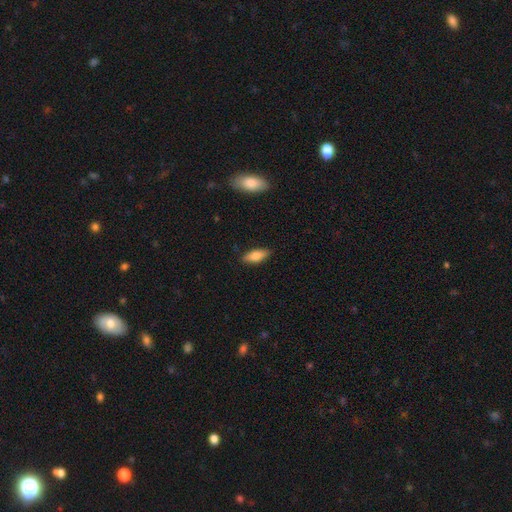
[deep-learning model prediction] Smooth or featured?
  - smooth: 75% *
  - featured or disk: 19%
  - star or artifact: 6%
How rounded?
  - in between: 71% *
  - cigar-shaped: 26%
  - round: 3%
Merging?
  - none: 86% *
  - minor disturbance: 10%
  - major disturbance: 2%
  - merger: 1%